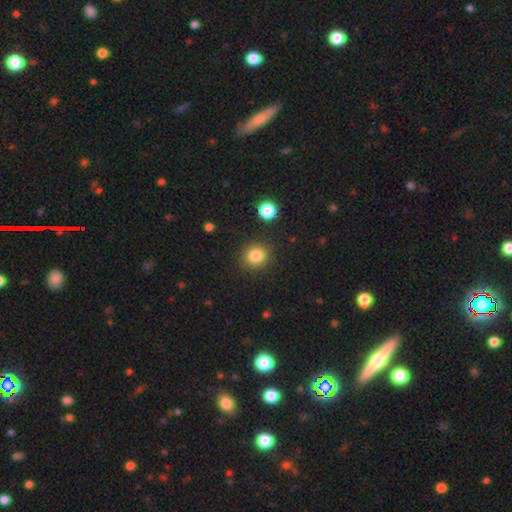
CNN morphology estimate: Overall: smooth (83%). How rounded: round (85%). Merging: none (88%).